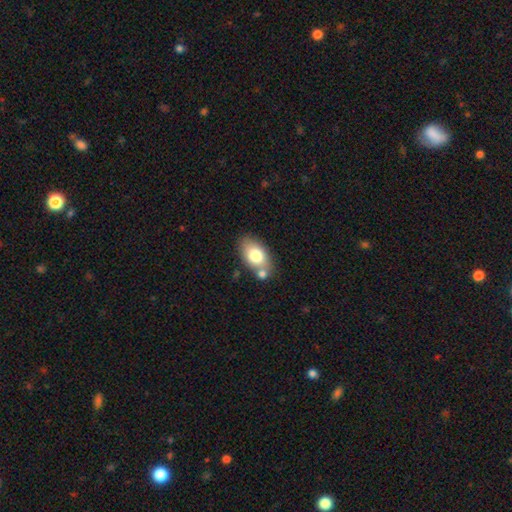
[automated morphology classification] type=smooth (76%); roundness=in between (89%); merging=none (63%).